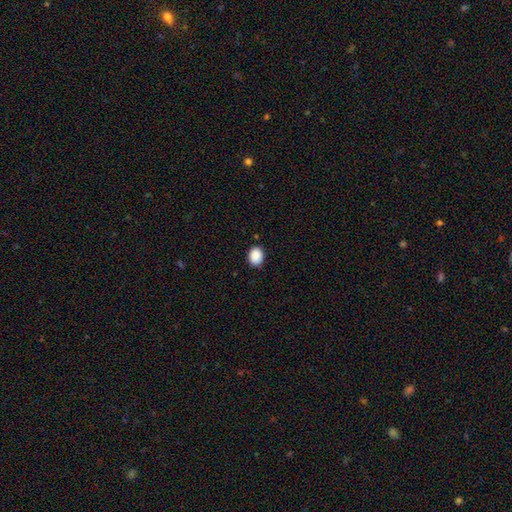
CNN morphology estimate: A smooth galaxy with no disk features (90%) that is in between round and cigar-shaped (53%).

Vote fractions:
- Smooth or featured? smooth: 90% / star or artifact: 8% / featured or disk: 2%
- How rounded? in between: 53% / round: 46% / cigar-shaped: 1%
- Merging? none: 87% / minor disturbance: 10% / major disturbance: 2% / merger: 1%